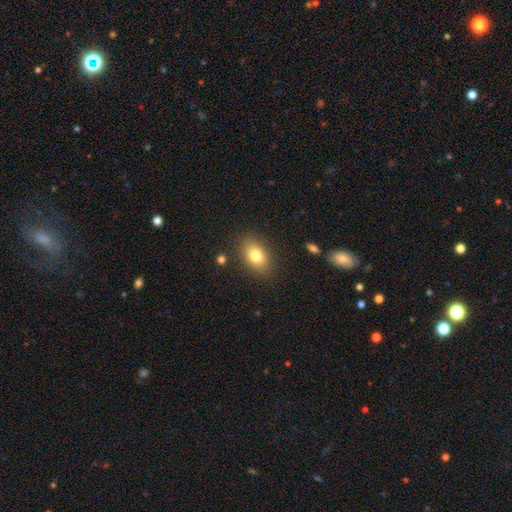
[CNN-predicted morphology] This is likely a smooth galaxy (79%). How rounded: clearly in between (84%). Merging: clearly none (84%).